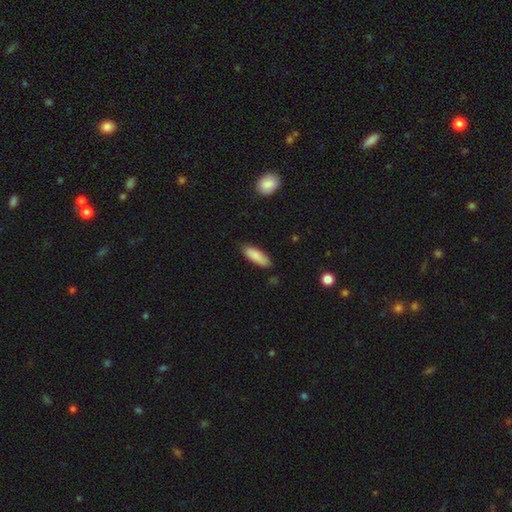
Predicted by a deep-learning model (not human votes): Q: Smooth or featured?
A: smooth (87%); runner-up: featured or disk (7%)
Q: How rounded?
A: in between (59%); runner-up: cigar-shaped (39%)
Q: Merging?
A: none (81%); runner-up: minor disturbance (15%)